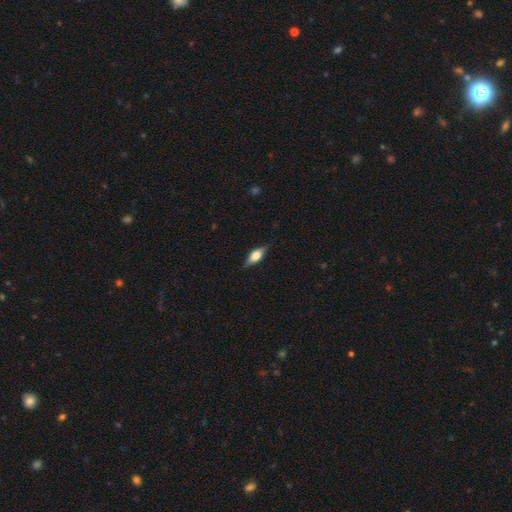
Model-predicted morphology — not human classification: This appears to be a smooth galaxy with no disk features (48%). Merging: none (84%).